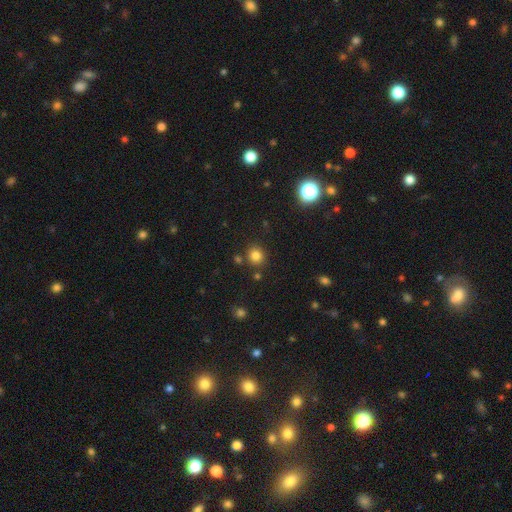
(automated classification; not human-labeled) smooth 81%, star or artifact 14%, featured or disk 5%. Down the decision tree: how rounded — round (83%); merging — none (81%).